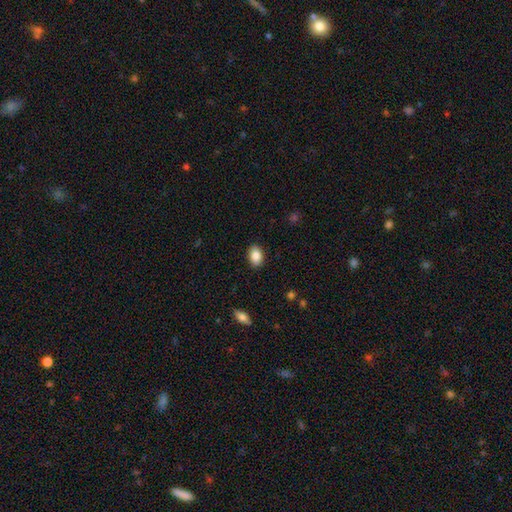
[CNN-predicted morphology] This is clearly a smooth galaxy (86%). How rounded: clearly in between (85%). Merging: clearly none (89%).